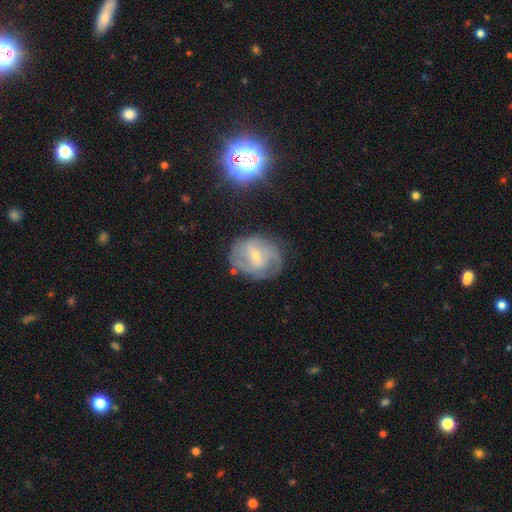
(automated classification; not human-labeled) A featured or disk galaxy (73%) with a weak bar (51%), 2 (41%) medium (42%) spiral arms (87%) and a small central bulge (66%).

Vote fractions:
- Smooth or featured? featured or disk: 73% / smooth: 18% / star or artifact: 8%
- Edge-on disk? no: 97% / yes: 3%
- Bar? weak: 51% / no: 32% / strong: 18%
- Spiral arms? yes: 87% / no: 13%
- Spiral winding? medium: 42% / tight: 40% / loose: 19%
- Spiral arm count? 2: 41% / can't tell: 31% / 3: 15% / 4: 5% / 1: 5% / more than 4: 3%
- Bulge size? small: 66% / moderate: 30% / none: 2% / large: 1% / dominant: 1%
- Merging? none: 68% / minor disturbance: 20% / major disturbance: 9% / merger: 2%